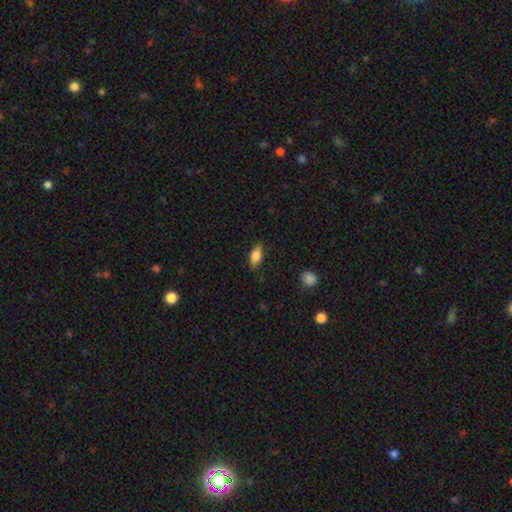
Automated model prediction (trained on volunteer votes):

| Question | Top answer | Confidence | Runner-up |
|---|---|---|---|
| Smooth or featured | smooth | 84% | featured or disk (9%) |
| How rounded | in between | 86% | cigar-shaped (10%) |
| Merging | none | 84% | minor disturbance (12%) |